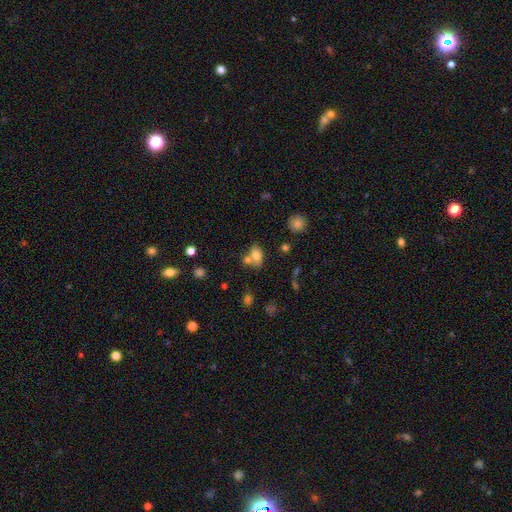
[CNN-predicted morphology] Smooth or featured? smooth (77%)
How rounded? in between (79%)
Merging? none (48%)